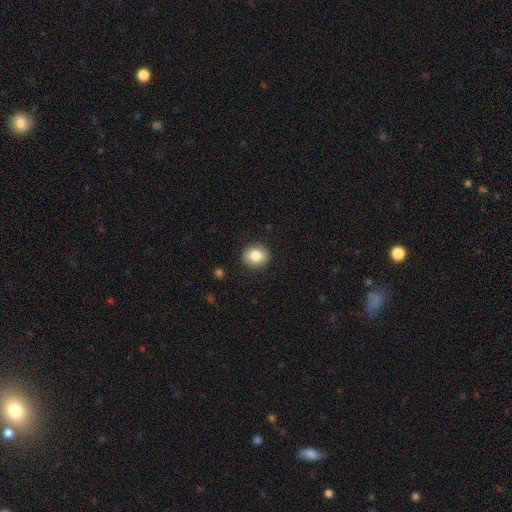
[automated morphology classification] type=smooth (83%); roundness=round (80%); merging=none (90%).